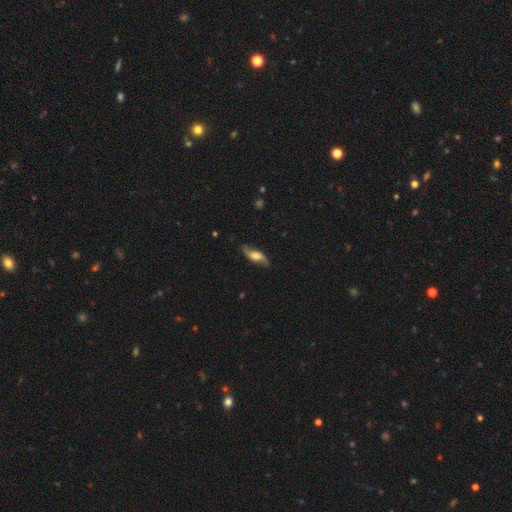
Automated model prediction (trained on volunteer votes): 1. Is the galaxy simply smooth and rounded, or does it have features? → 66% featured or disk, 26% smooth, 7% star or artifact.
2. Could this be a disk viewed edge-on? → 77% no, 23% yes.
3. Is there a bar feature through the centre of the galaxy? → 54% no, 34% weak, 12% strong.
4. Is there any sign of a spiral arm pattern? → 91% yes, 9% no.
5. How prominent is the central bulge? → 44% large, 29% moderate, 10% small, 10% none, 7% dominant.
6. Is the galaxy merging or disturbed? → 77% none, 17% minor disturbance, 5% major disturbance, 2% merger.